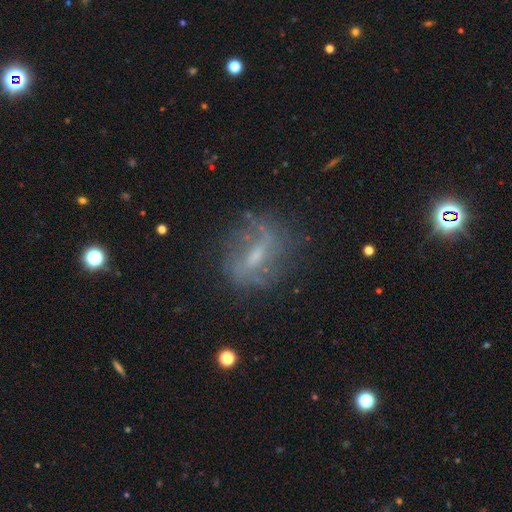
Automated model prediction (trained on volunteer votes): This appears to be a featured or disk galaxy (65%) with a weak bar (47%), spiral arms (62%) and a small central bulge (51%). Merging: none (66%).